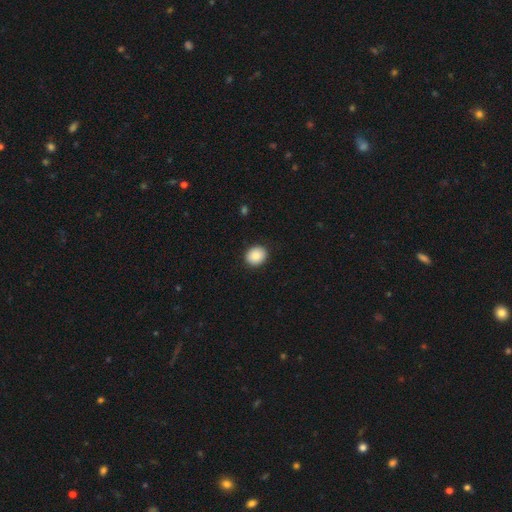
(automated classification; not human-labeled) Overall: smooth (87%). How rounded: round (64%; in between 35%). Merging: none (90%).